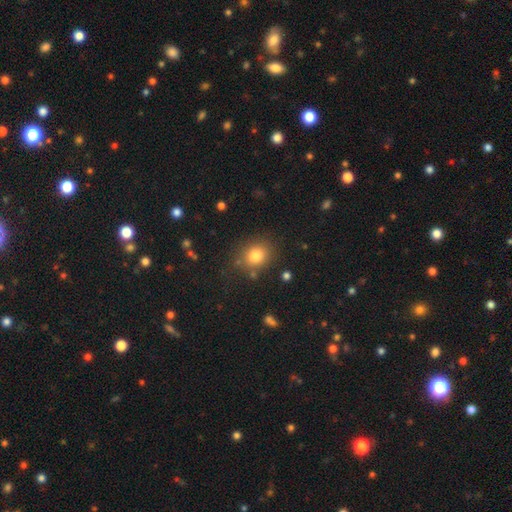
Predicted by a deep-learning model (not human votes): smooth 81%, star or artifact 12%, featured or disk 7%. Down the decision tree: how rounded — round (66%); merging — none (81%).